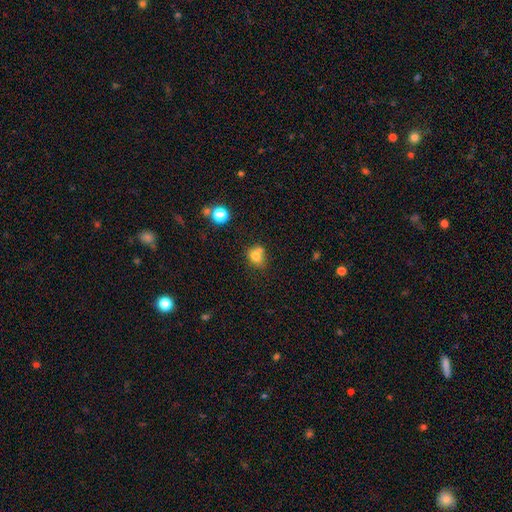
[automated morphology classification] smooth_or_featured: smooth (p=0.73) [alt: featured or disk p=0.14]
how_rounded: round (p=0.55) [alt: in between p=0.44]
merging: merger (p=0.44) [alt: none p=0.38]